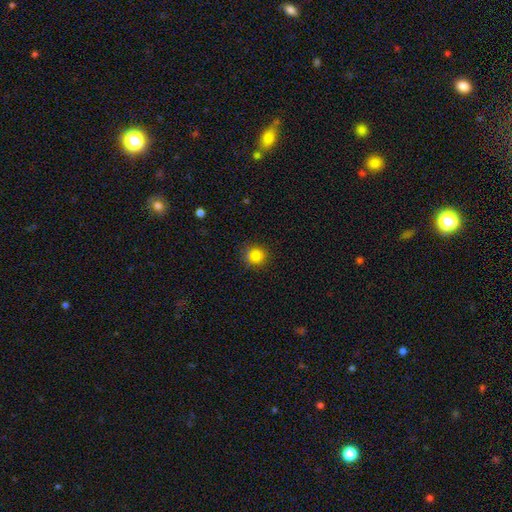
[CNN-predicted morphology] Smooth or featured: smooth — 83% (star or artifact — 13%)
How rounded: round — 91% (in between — 8%)
Merging: none — 83% (minor disturbance — 12%)